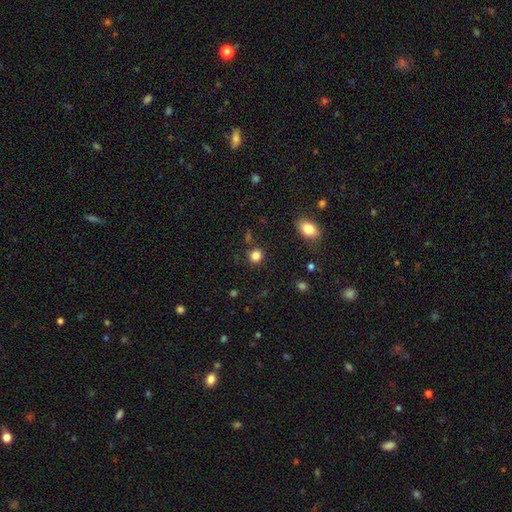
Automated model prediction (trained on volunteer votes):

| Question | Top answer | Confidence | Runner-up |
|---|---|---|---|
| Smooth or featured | smooth | 84% | star or artifact (12%) |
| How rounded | round | 86% | in between (13%) |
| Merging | none | 86% | minor disturbance (8%) |